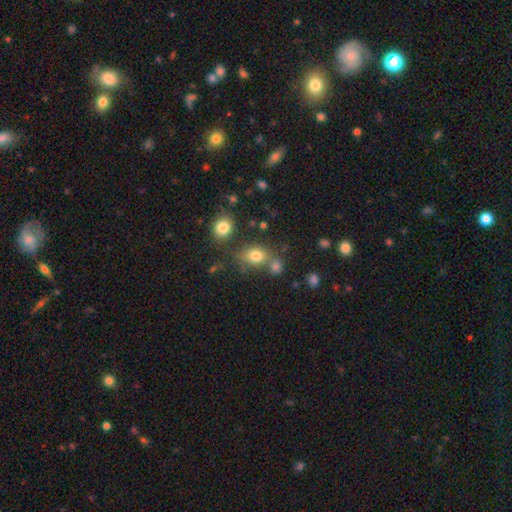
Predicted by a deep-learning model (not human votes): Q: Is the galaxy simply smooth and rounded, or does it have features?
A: smooth — 77%.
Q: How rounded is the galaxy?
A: in between — 54%.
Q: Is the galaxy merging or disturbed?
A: none — 57%.